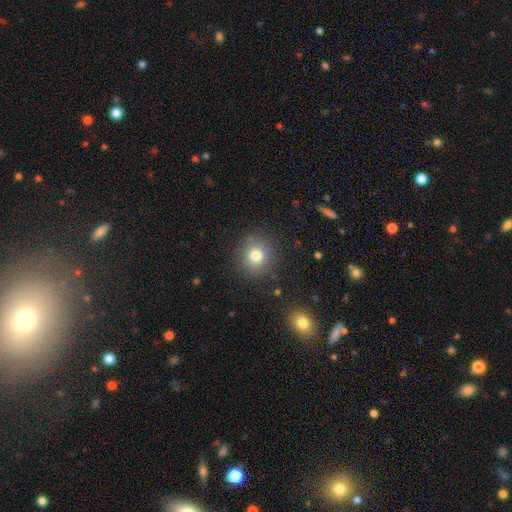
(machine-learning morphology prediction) This is likely a smooth galaxy (79%). How rounded: clearly round (88%). Merging: clearly none (87%).